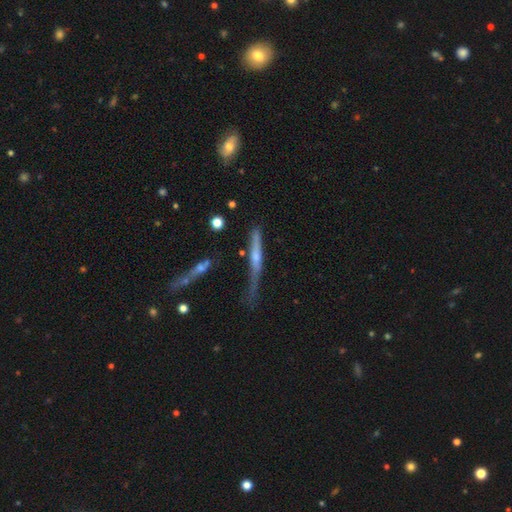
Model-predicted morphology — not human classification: Smooth or featured? featured or disk (55%)
Edge-on disk? yes (91%)
Edge-on bulge? rounded (56%)
Merging? none (48%)